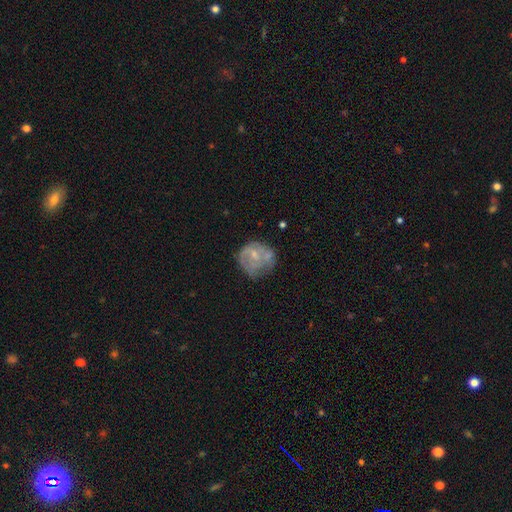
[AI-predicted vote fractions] Smooth or featured? Predicted: featured or disk (p=0.57). Edge-on disk? Predicted: no (p=0.98). Bar? Predicted: no (p=0.68). Spiral arms? Predicted: no (p=0.51). Bulge size? Predicted: small (p=0.55). Merging? Predicted: none (p=0.46).